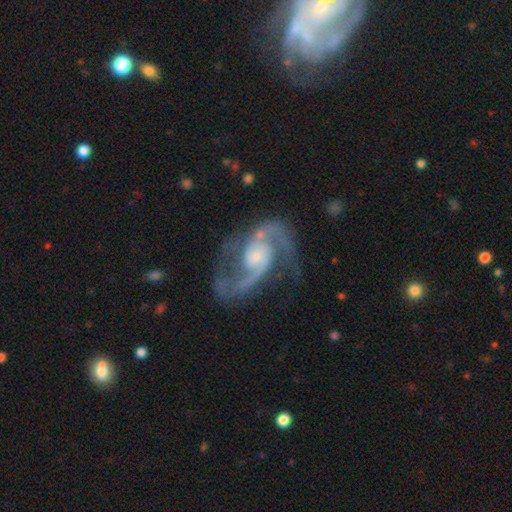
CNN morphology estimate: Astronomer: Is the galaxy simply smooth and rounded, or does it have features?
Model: featured or disk — 93%.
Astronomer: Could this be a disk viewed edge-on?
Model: no — 98%.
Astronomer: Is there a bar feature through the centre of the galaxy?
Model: no — 54% (runner-up: weak, 37%).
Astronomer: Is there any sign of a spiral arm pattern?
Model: yes — 98%.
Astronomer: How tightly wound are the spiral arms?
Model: medium — 62%.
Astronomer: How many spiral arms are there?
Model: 2 — 93%.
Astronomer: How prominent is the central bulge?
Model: small — 61%.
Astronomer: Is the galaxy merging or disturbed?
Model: none — 71%.